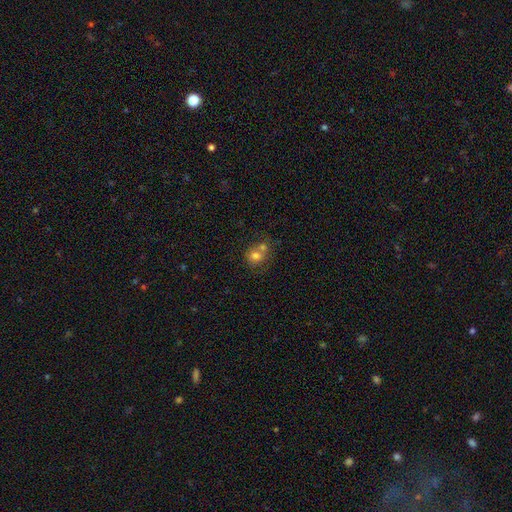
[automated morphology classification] This appears to be a smooth galaxy with no disk features (72%) that is round (77%). Merging: merger (49%).